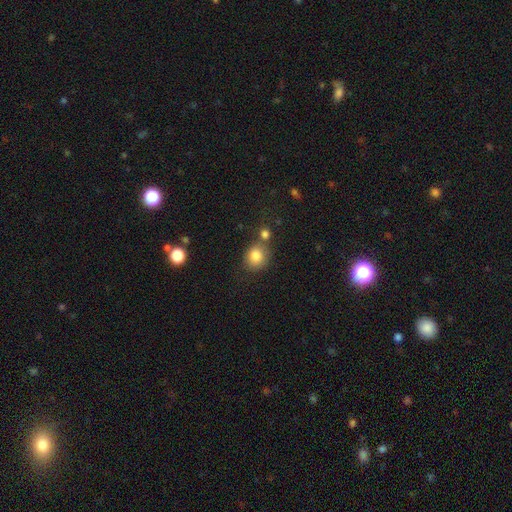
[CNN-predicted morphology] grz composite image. It shows a smooth galaxy with no disk features (83%) that is round (76%). Merging: none (62%).